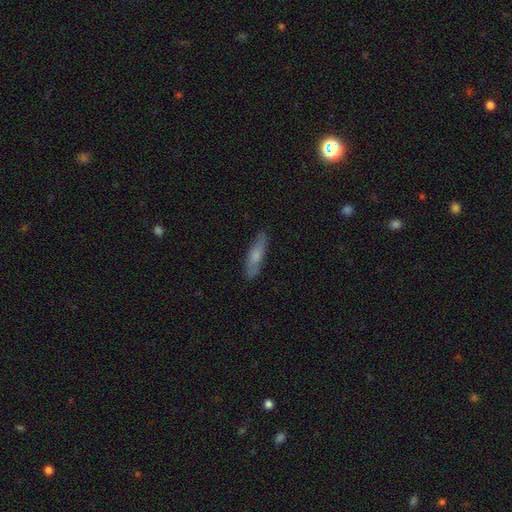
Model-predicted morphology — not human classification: A smooth galaxy with no disk features (65%) that is cigar-shaped (72%). Merging: none (84%).